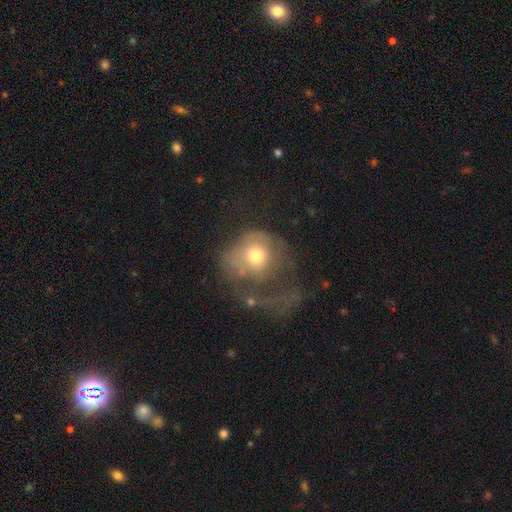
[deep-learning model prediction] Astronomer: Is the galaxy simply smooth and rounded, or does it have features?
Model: smooth — 57% (runner-up: featured or disk, 33%).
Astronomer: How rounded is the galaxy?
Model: round — 74%.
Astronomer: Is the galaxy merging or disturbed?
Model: major disturbance — 62%.